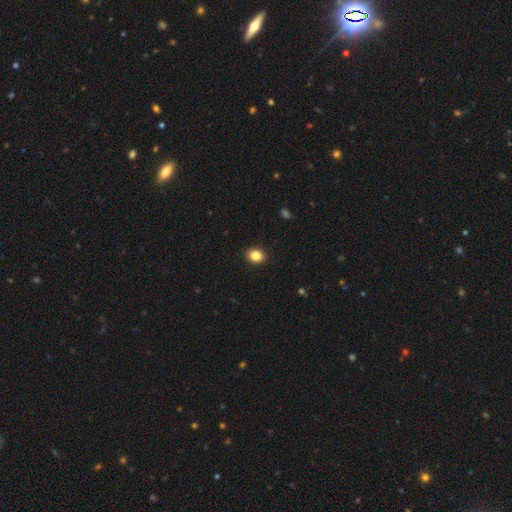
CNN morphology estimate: Q: Smooth or featured?
A: smooth (85%); runner-up: star or artifact (10%)
Q: How rounded?
A: round (53%); runner-up: in between (46%)
Q: Merging?
A: none (91%); runner-up: minor disturbance (6%)